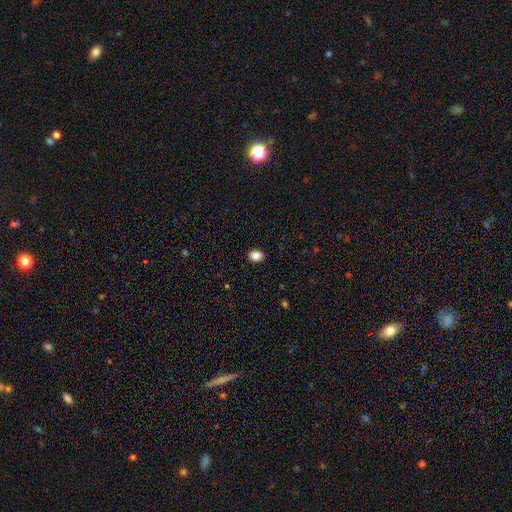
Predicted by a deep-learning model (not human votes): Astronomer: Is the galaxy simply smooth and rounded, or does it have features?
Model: smooth — 86%.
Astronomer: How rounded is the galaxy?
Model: in between — 57% (runner-up: round, 42%).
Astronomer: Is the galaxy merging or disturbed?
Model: none — 90%.